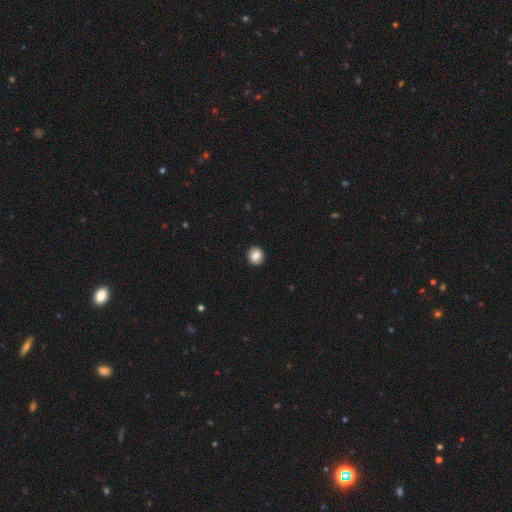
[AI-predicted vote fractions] Morphology: type=smooth (79%); roundness=round (83%); merging=none (90%).